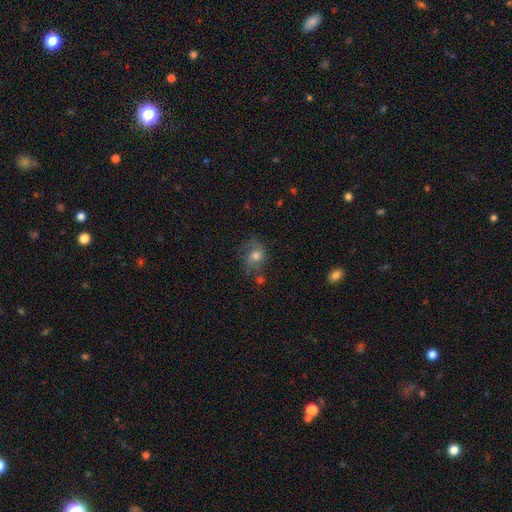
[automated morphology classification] smooth-or-featured: smooth: 61% | featured or disk: 27% | star or artifact: 12%
  how-rounded: round: 58% | in between: 40% | cigar-shaped: 1%
  merging: none: 52% | minor disturbance: 26% | major disturbance: 15% | merger: 7%